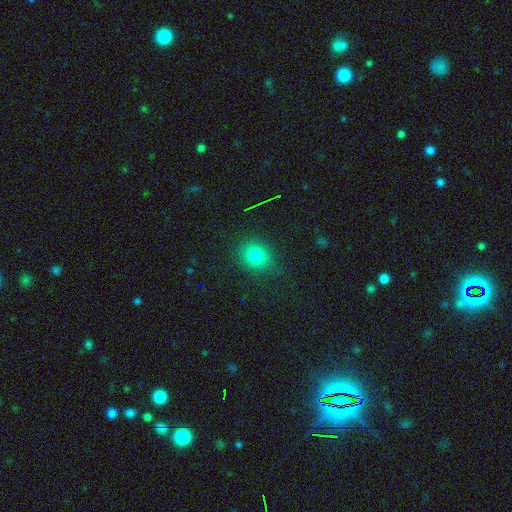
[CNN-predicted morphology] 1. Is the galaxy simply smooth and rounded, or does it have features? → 77% smooth, 15% star or artifact, 8% featured or disk.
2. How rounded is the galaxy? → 70% round, 29% in between, 1% cigar-shaped.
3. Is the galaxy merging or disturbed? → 84% none, 11% minor disturbance, 3% major disturbance, 1% merger.